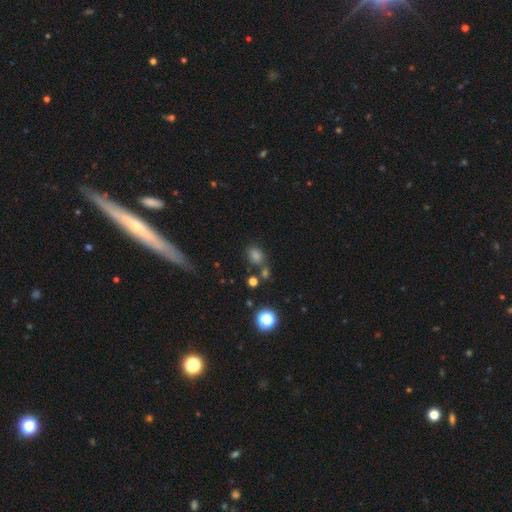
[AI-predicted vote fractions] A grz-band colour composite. It shows a smooth galaxy with no disk features (68%) that is round (54%). Merging: none (66%).